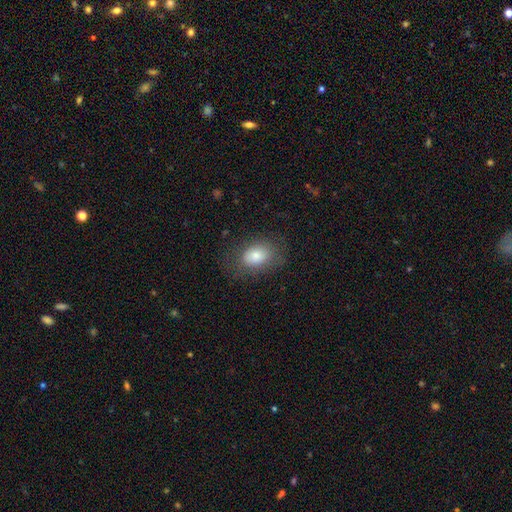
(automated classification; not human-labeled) Overall: smooth (78%). How rounded: in between (75%). Merging: none (75%).